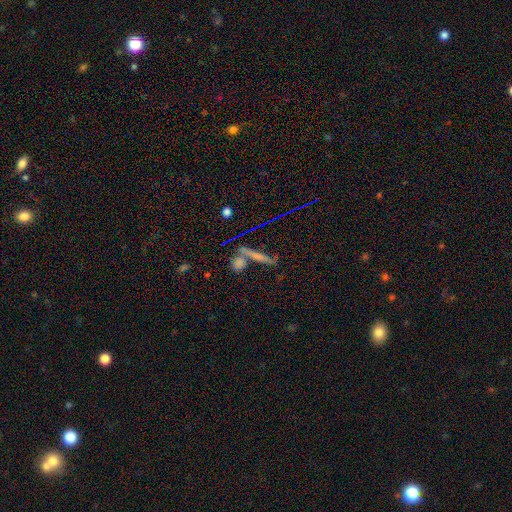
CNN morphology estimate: Q: Smooth or featured?
A: smooth (41%); runner-up: featured or disk (40%)
Q: Merging?
A: none (61%); runner-up: merger (23%)